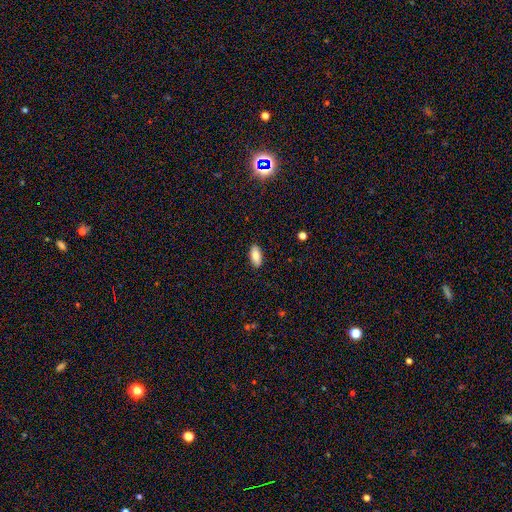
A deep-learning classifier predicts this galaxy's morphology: smooth_or_featured: smooth (p=0.83) [alt: featured or disk p=0.10]
how_rounded: in between (p=0.88) [alt: cigar-shaped p=0.10]
merging: none (p=0.90) [alt: minor disturbance p=0.07]